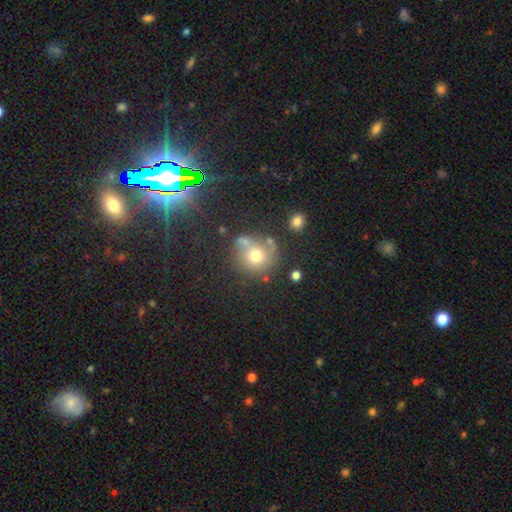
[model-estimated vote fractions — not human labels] smooth-or-featured: smooth: 69% | star or artifact: 17% | featured or disk: 14%
  how-rounded: round: 87% | in between: 12% | cigar-shaped: 1%
  merging: none: 60% | merger: 17% | minor disturbance: 16% | major disturbance: 8%